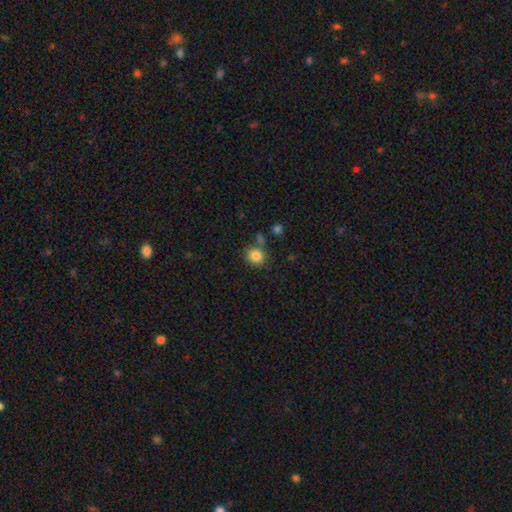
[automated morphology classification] Smooth or featured? Predicted: smooth (p=0.84). How rounded? Predicted: round (p=0.80). Merging? Predicted: none (p=0.72).